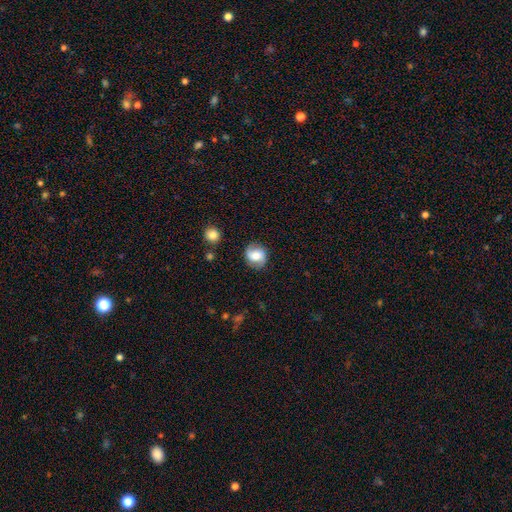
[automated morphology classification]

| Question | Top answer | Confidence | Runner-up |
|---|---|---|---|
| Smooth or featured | smooth | 49% | featured or disk (42%) |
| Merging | none | 81% | minor disturbance (14%) |